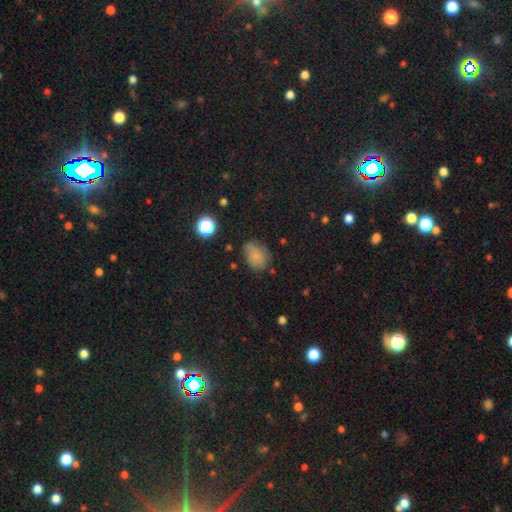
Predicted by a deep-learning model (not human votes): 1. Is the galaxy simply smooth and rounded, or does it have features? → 74% smooth, 15% star or artifact, 12% featured or disk.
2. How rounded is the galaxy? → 68% in between, 30% round, 1% cigar-shaped.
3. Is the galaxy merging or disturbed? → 59% none, 28% minor disturbance, 10% major disturbance, 3% merger.